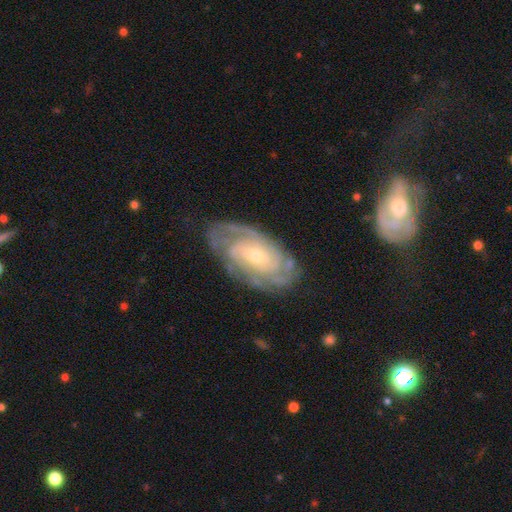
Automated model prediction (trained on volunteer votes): Smooth or featured? Predicted: featured or disk (p=0.87). Edge-on disk? Predicted: no (p=0.95). Bar? Predicted: weak (p=0.44). Spiral arms? Predicted: yes (p=0.97). Spiral winding? Predicted: tight (p=0.70). Spiral arm count? Predicted: can't tell (p=0.31). Bulge size? Predicted: small (p=0.62). Merging? Predicted: none (p=0.77).